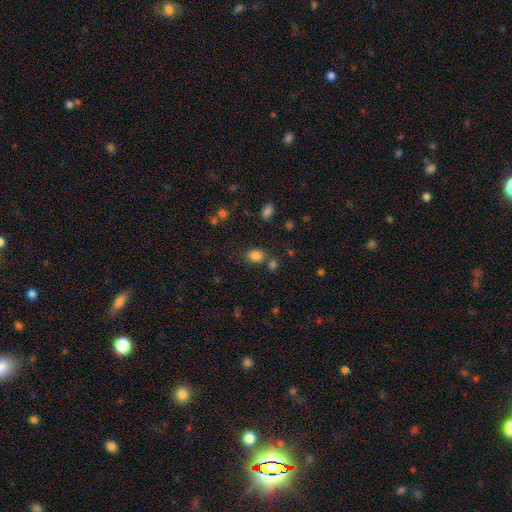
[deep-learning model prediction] Smooth or featured?
  - smooth: 82% *
  - star or artifact: 13%
  - featured or disk: 5%
How rounded?
  - round: 52% *
  - in between: 47%
  - cigar-shaped: 1%
Merging?
  - none: 71% *
  - merger: 13%
  - minor disturbance: 12%
  - major disturbance: 4%